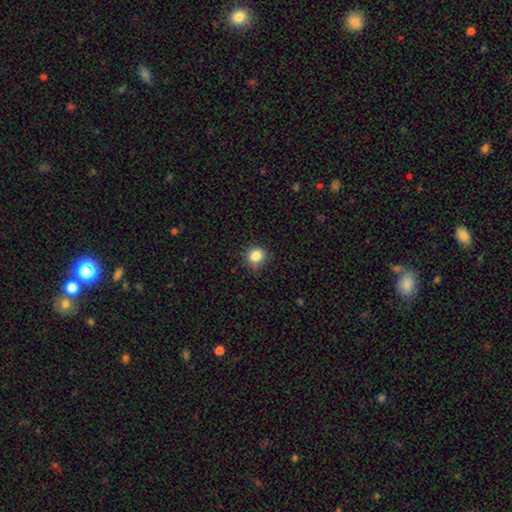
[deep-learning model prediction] This appears to be a smooth galaxy with no disk features (85%) that is round (88%). Merging: none (82%).